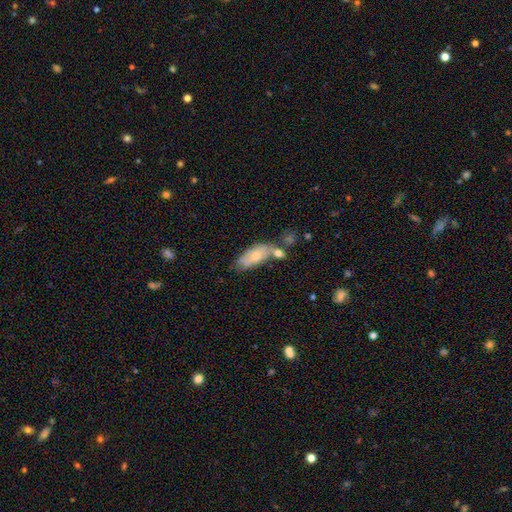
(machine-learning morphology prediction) smooth-or-featured: smooth: 62% | featured or disk: 31% | star or artifact: 7%
  how-rounded: in between: 80% | cigar-shaped: 16% | round: 3%
  merging: none: 36% | merger: 31% | minor disturbance: 23% | major disturbance: 10%